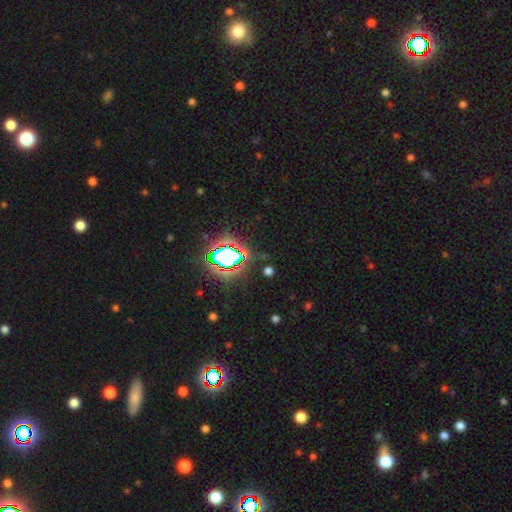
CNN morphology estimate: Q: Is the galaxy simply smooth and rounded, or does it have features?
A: star or artifact — 79%.